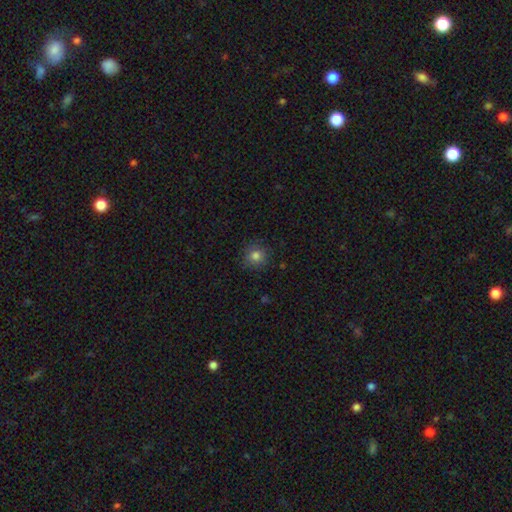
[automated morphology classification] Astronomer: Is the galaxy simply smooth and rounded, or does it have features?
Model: smooth — 81%.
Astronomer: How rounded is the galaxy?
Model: round — 90%.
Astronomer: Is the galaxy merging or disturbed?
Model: none — 85%.